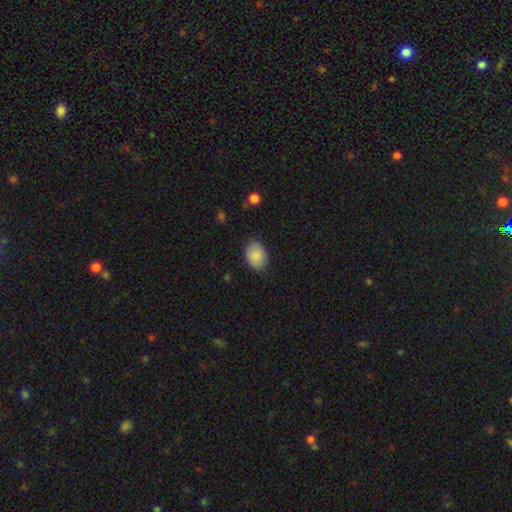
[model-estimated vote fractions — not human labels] This appears to be a smooth galaxy with no disk features (86%) that is in between round and cigar-shaped (74%). Merging: none (80%).